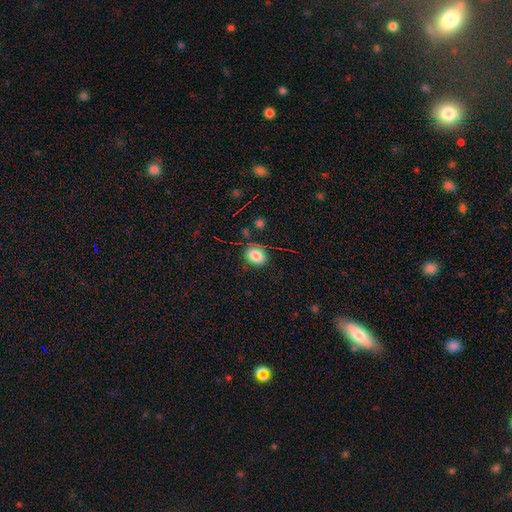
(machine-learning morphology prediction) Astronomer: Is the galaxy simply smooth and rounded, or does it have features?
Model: smooth — 84%.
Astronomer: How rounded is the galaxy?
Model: in between — 59% (runner-up: round, 39%).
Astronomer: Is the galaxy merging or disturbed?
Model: none — 78%.